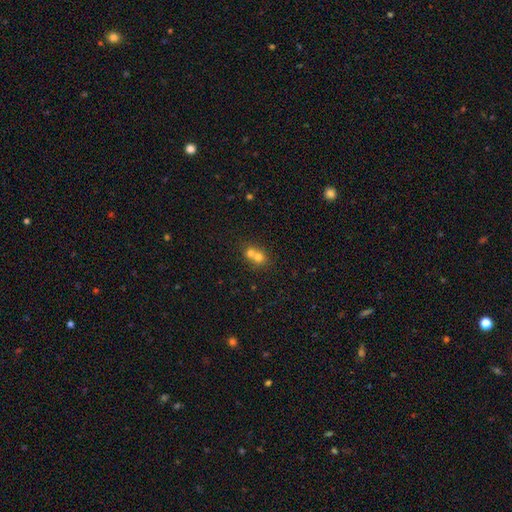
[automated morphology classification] A smooth galaxy with no disk features (69%) that is round (78%).

Vote fractions:
- Smooth or featured? smooth: 69% / featured or disk: 17% / star or artifact: 13%
- How rounded? round: 78% / in between: 21% / cigar-shaped: 1%
- Merging? merger: 65% / none: 28% / minor disturbance: 5% / major disturbance: 2%